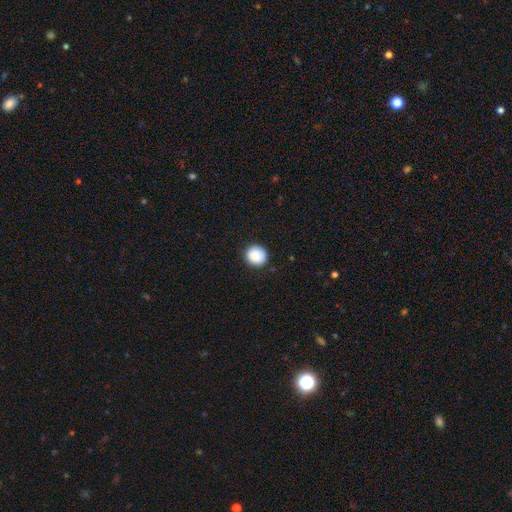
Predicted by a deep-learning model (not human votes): Morphology: type=smooth (89%); roundness=round (90%); merging=none (89%).